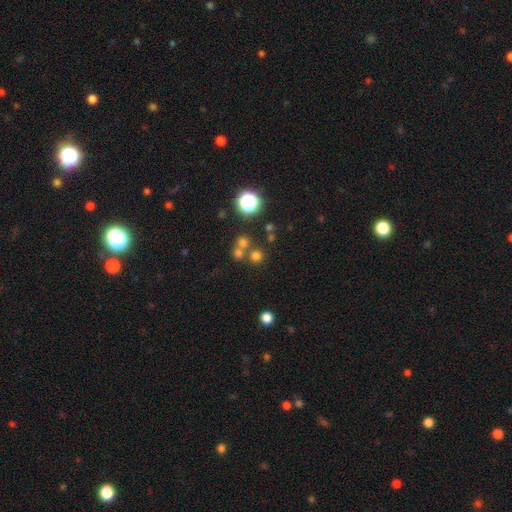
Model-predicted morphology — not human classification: Smooth or featured: smooth — 65% (star or artifact — 26%)
How rounded: round — 92% (in between — 7%)
Merging: none — 64% (merger — 27%)